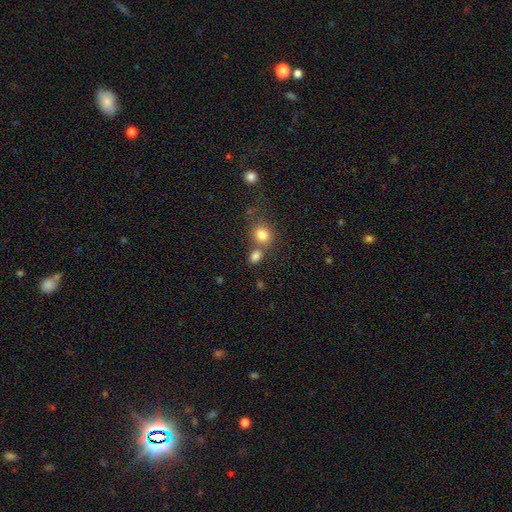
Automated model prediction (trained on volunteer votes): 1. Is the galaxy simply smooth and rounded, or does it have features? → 81% smooth, 12% star or artifact, 7% featured or disk.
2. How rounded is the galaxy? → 57% in between, 42% round, 1% cigar-shaped.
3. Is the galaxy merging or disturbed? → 52% none, 34% merger, 10% minor disturbance, 4% major disturbance.